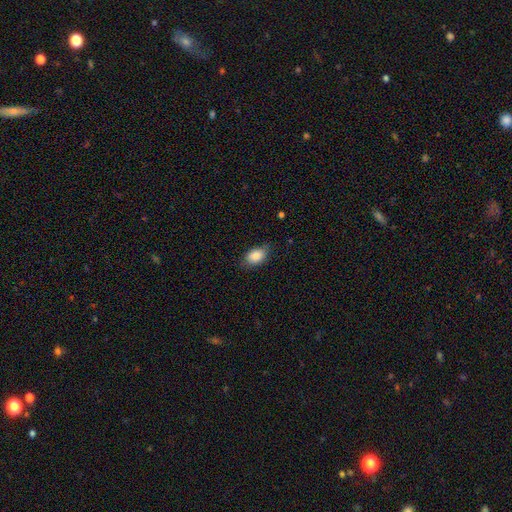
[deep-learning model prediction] Smooth or featured?
  - smooth: 86% *
  - star or artifact: 7%
  - featured or disk: 7%
How rounded?
  - in between: 88% *
  - round: 11%
  - cigar-shaped: 2%
Merging?
  - none: 74% *
  - minor disturbance: 21%
  - major disturbance: 4%
  - merger: 1%